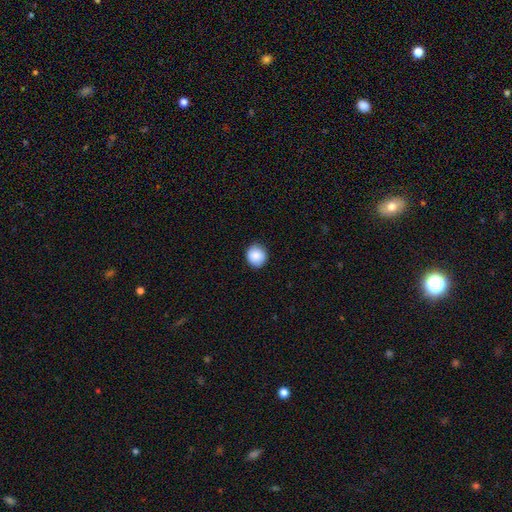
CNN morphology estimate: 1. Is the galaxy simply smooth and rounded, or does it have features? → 87% smooth, 8% star or artifact, 6% featured or disk.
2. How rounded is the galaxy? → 89% round, 10% in between, 1% cigar-shaped.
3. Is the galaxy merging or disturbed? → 89% none, 8% minor disturbance, 2% major disturbance, 1% merger.